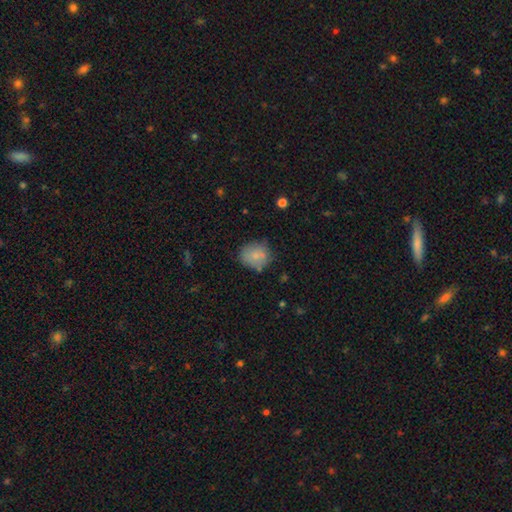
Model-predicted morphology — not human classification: Smooth or featured? Predicted: smooth (p=0.76). How rounded? Predicted: round (p=0.74). Merging? Predicted: none (p=0.66).